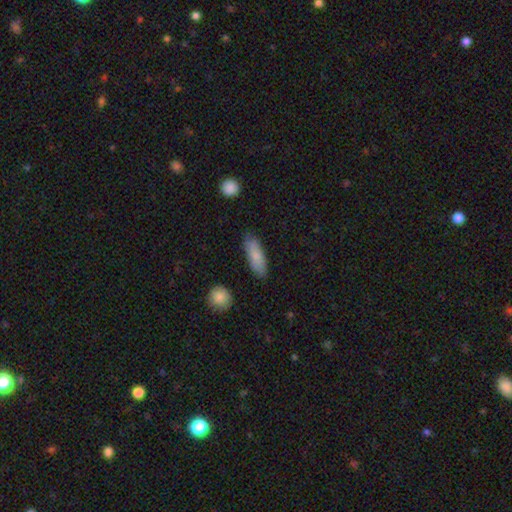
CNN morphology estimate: smooth 82%, featured or disk 13%, star or artifact 6%. Down the decision tree: how rounded — in between (64%); merging — none (80%).